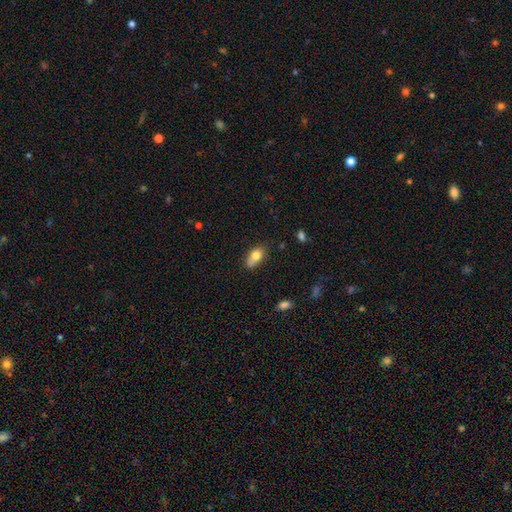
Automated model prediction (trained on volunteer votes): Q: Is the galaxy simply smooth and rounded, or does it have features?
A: smooth — 75%.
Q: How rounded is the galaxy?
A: in between — 84%.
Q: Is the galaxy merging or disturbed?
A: none — 61%.